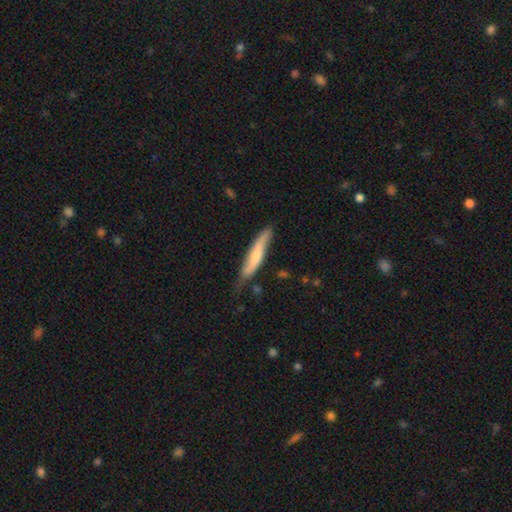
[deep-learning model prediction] Q: Smooth or featured?
A: smooth (52%); runner-up: featured or disk (43%)
Q: How rounded?
A: cigar-shaped (86%); runner-up: in between (12%)
Q: Merging?
A: none (60%); runner-up: minor disturbance (32%)